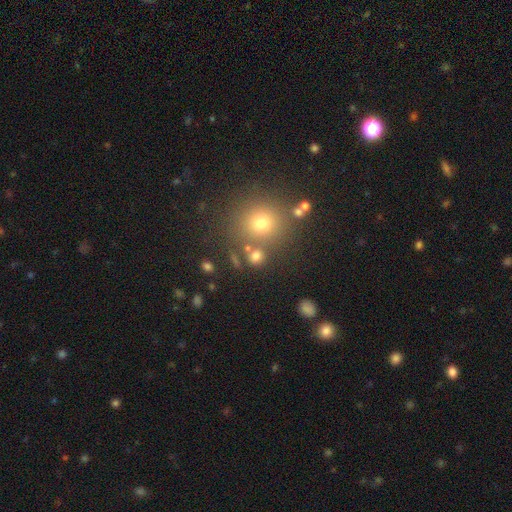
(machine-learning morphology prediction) Overall: smooth (73%). How rounded: round (83%). Merging: none (71%).